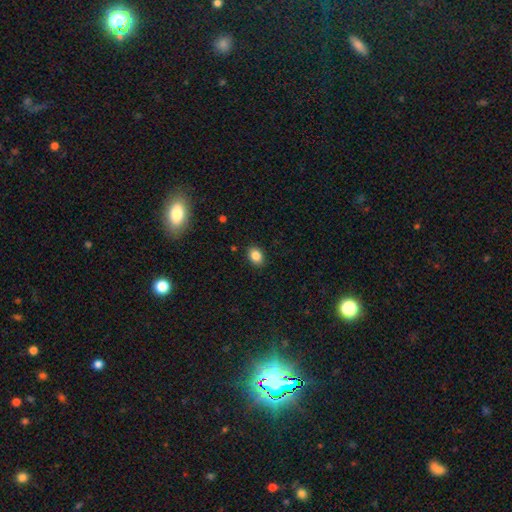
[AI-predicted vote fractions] This is clearly a smooth galaxy (86%). How rounded: likely in between (65%). Merging: clearly none (89%).